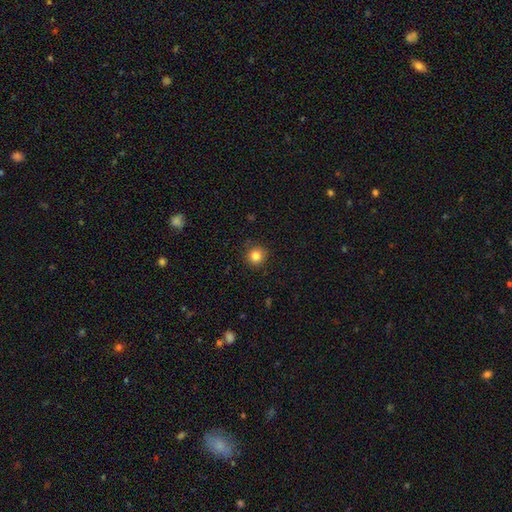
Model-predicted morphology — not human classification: Smooth or featured? smooth (84%)
How rounded? round (93%)
Merging? none (89%)